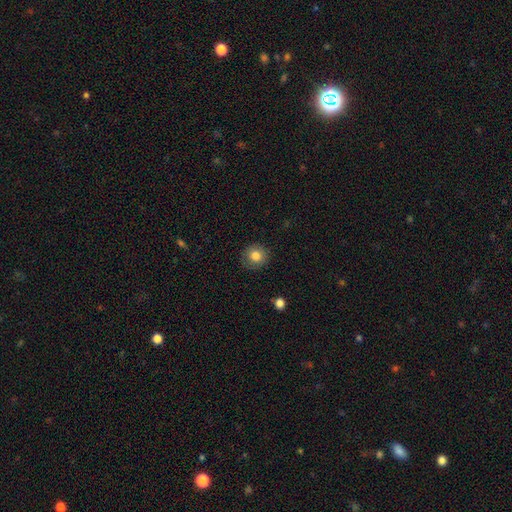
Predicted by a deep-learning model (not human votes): smooth 81%, featured or disk 10%, star or artifact 9%. Down the decision tree: how rounded — round (90%); merging — none (88%).